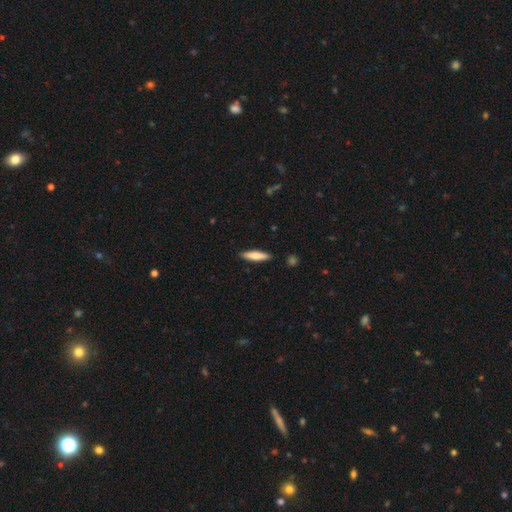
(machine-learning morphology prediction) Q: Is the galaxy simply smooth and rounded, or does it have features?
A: smooth — 74%.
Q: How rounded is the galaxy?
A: cigar-shaped — 77%.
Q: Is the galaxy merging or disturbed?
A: none — 89%.